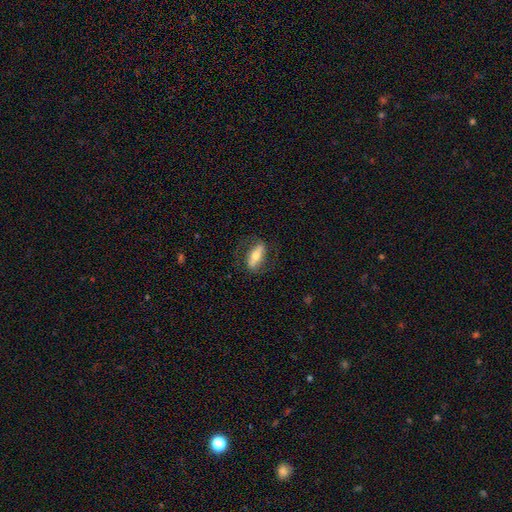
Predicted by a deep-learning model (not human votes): The model was most divided on "smooth or featured": featured or disk: 52%, smooth: 41%, star or artifact: 7%. More confident: merging — none (72%); edge-on disk — no (70%).